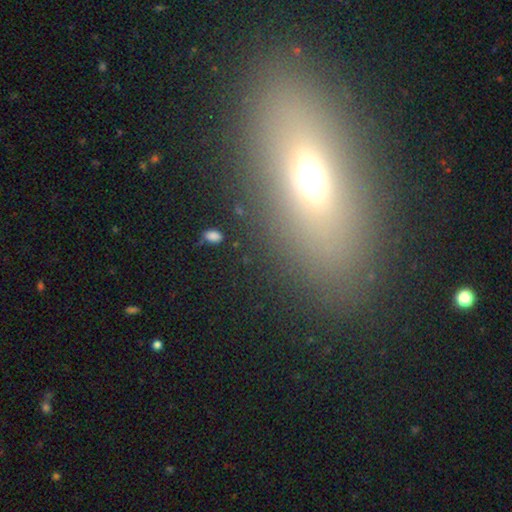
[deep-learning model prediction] Morphology: type=smooth (58%); roundness=in between (71%); merging=none (86%).